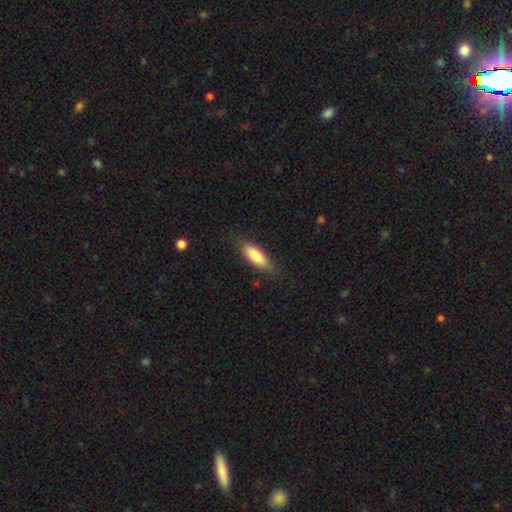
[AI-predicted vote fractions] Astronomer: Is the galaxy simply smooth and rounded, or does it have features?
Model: smooth — 80%.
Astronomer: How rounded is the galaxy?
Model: in between — 64%.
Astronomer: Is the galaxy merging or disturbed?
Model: none — 78%.